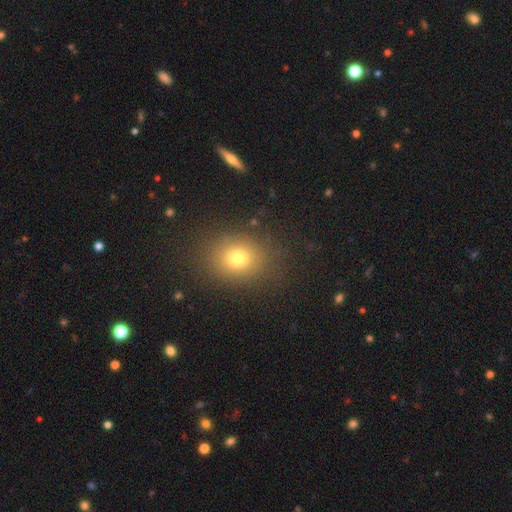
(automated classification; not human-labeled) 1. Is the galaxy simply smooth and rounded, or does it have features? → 68% smooth, 24% star or artifact, 9% featured or disk.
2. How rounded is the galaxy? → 57% round, 41% in between, 1% cigar-shaped.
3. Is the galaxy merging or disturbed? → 89% none, 7% minor disturbance, 3% major disturbance, 2% merger.